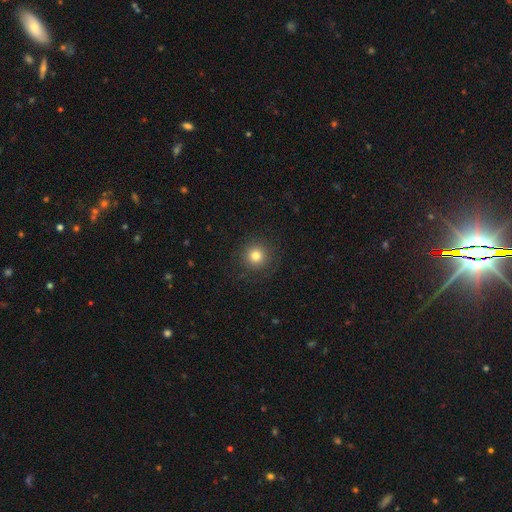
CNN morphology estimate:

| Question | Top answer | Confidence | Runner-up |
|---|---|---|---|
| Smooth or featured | smooth | 79% | star or artifact (13%) |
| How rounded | round | 95% | in between (4%) |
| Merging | none | 87% | minor disturbance (8%) |